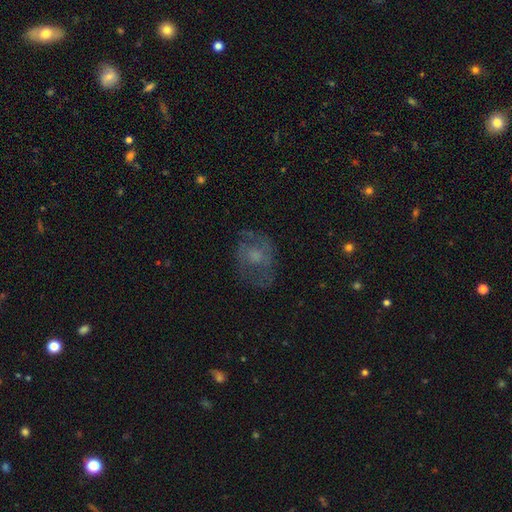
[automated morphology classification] type=featured or disk (50%); edge-on=no (96%); merging=none (60%).